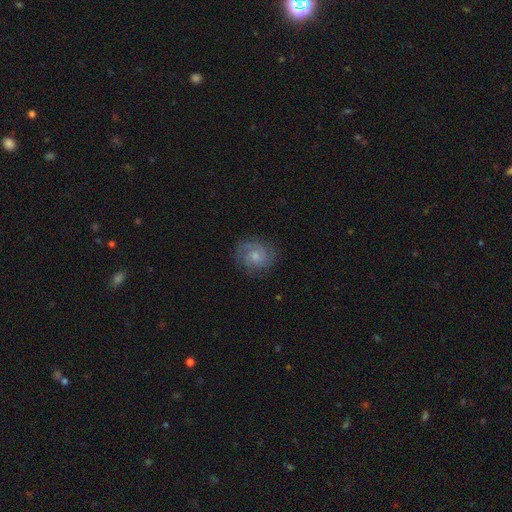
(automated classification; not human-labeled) Smooth or featured? featured or disk (61%)
Edge-on disk? no (98%)
Bar? no (65%)
Spiral arms? yes (91%)
Spiral winding? tight (51%)
Spiral arm count? 2 (51%)
Bulge size? small (44%)
Merging? none (78%)